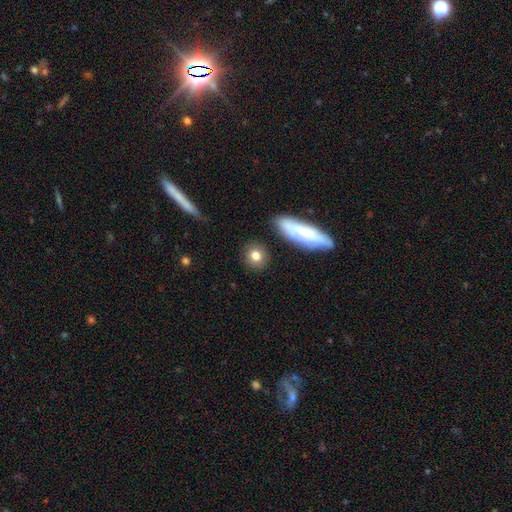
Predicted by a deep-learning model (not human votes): Q: Smooth or featured?
A: smooth (80%); runner-up: featured or disk (10%)
Q: How rounded?
A: round (81%); runner-up: in between (16%)
Q: Merging?
A: none (86%); runner-up: minor disturbance (8%)